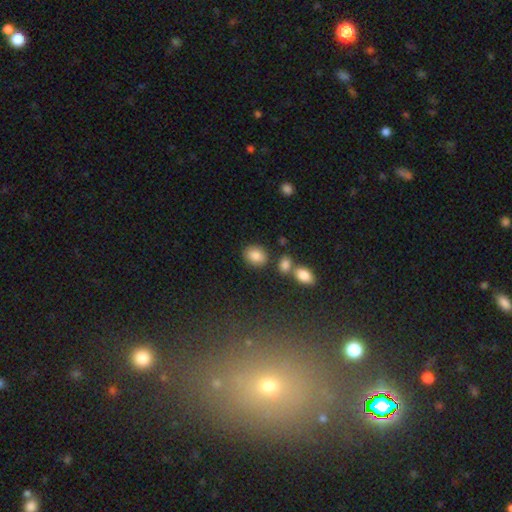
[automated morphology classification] type=smooth (85%); roundness=in between (53%); merging=none (77%).